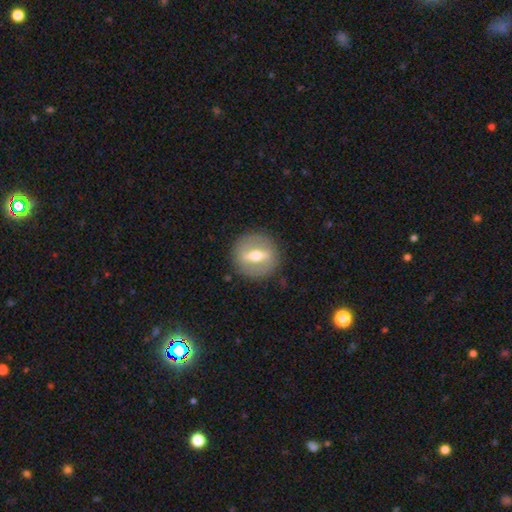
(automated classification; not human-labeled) This appears to be a featured or disk galaxy (61%). Merging: none (87%).